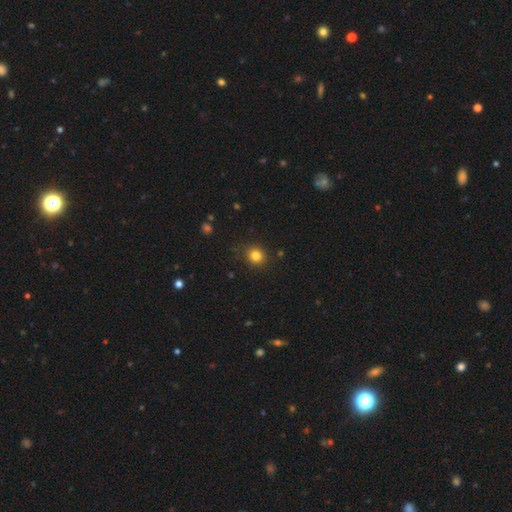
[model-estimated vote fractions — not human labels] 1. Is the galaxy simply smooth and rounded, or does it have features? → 82% smooth, 13% star or artifact, 5% featured or disk.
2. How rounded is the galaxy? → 87% round, 12% in between, 1% cigar-shaped.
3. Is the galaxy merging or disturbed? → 88% none, 9% minor disturbance, 3% major disturbance, 1% merger.